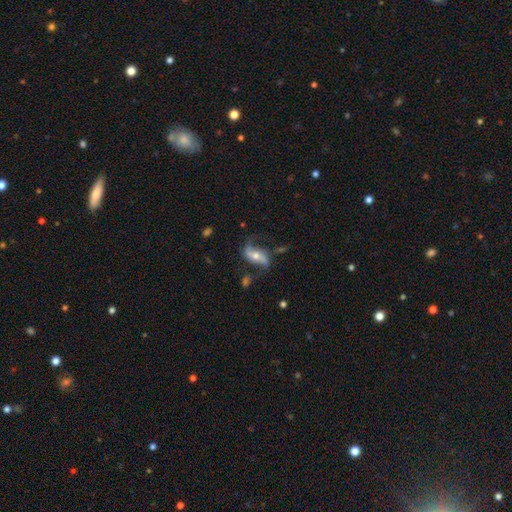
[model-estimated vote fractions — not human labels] featured or disk 72%, smooth 20%, star or artifact 7%. Down the decision tree: edge-on disk — no (90%); bar — no (41%); spiral arms — yes (88%); spiral arm count — 2 (88%); spiral winding — loose (73%); bulge size — moderate (63%); merging — none (60%).